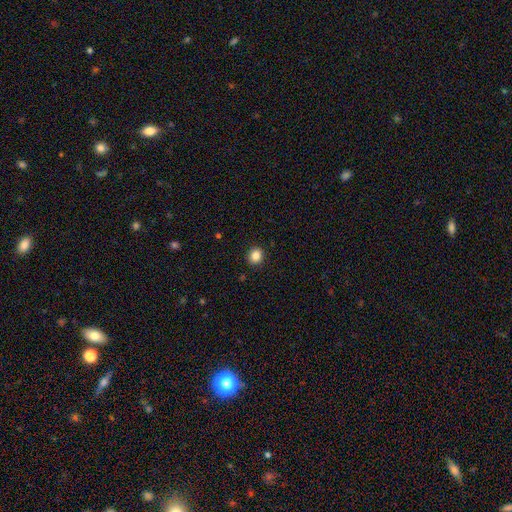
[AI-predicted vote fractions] smooth 85%, star or artifact 10%, featured or disk 4%. Down the decision tree: how rounded — round (83%); merging — none (92%).